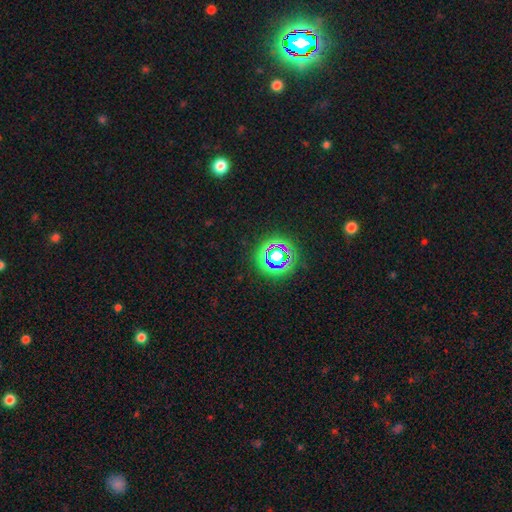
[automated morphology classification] Smooth or featured? star or artifact (77%)